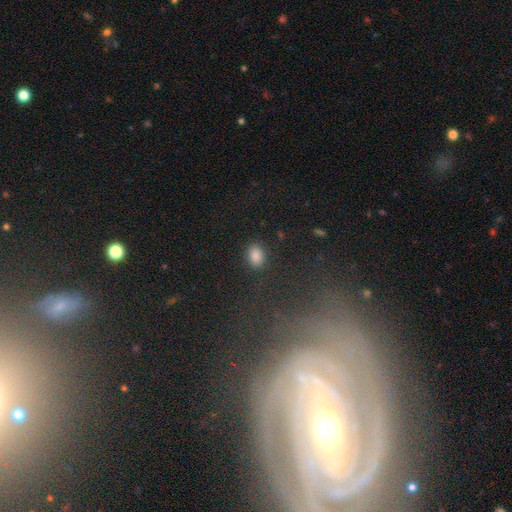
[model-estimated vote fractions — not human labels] Smooth or featured? smooth (85%)
How rounded? in between (76%)
Merging? none (85%)